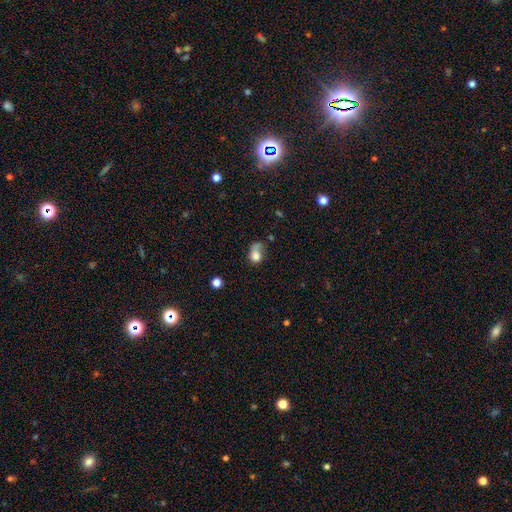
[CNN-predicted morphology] A smooth galaxy with no disk features (70%) that is in between round and cigar-shaped (53%).

Vote fractions:
- Smooth or featured? smooth: 70% / featured or disk: 19% / star or artifact: 11%
- How rounded? in between: 53% / round: 45% / cigar-shaped: 2%
- Merging? major disturbance: 34% / none: 28% / minor disturbance: 24% / merger: 14%